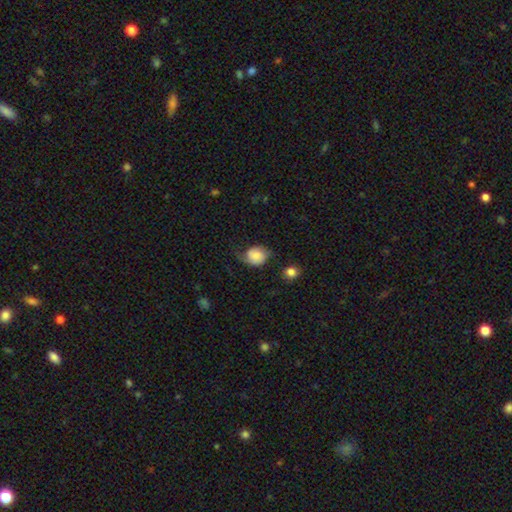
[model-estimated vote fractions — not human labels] This appears to be a smooth galaxy with no disk features (68%) that is round (63%). Merging: none (45%).